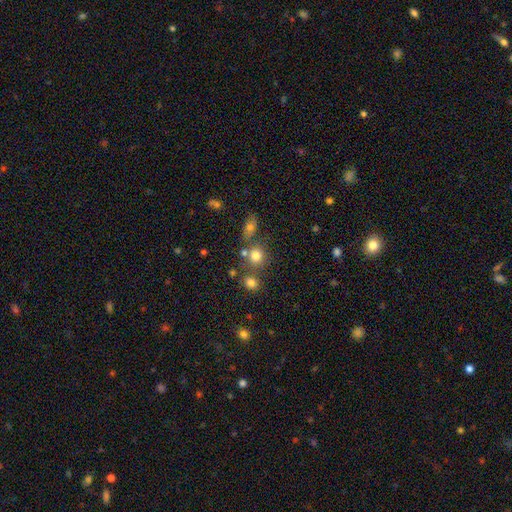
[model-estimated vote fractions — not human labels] A smooth galaxy with no disk features (76%) that is round (82%).

Vote fractions:
- Smooth or featured? smooth: 76% / star or artifact: 14% / featured or disk: 10%
- How rounded? round: 82% / in between: 17% / cigar-shaped: 1%
- Merging? none: 61% / merger: 23% / minor disturbance: 11% / major disturbance: 5%